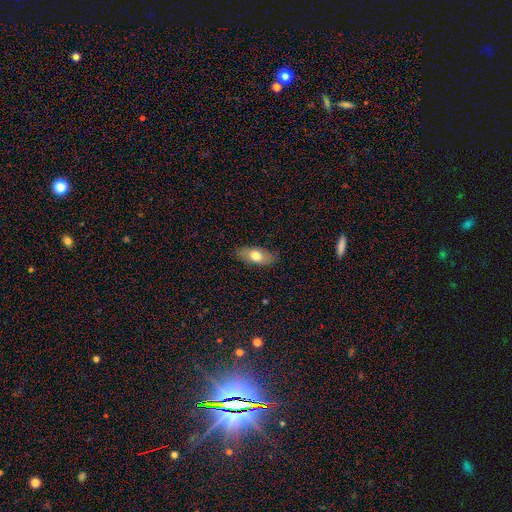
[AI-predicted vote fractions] smooth 69%, featured or disk 25%, star or artifact 6%. Down the decision tree: how rounded — in between (82%); merging — none (84%).